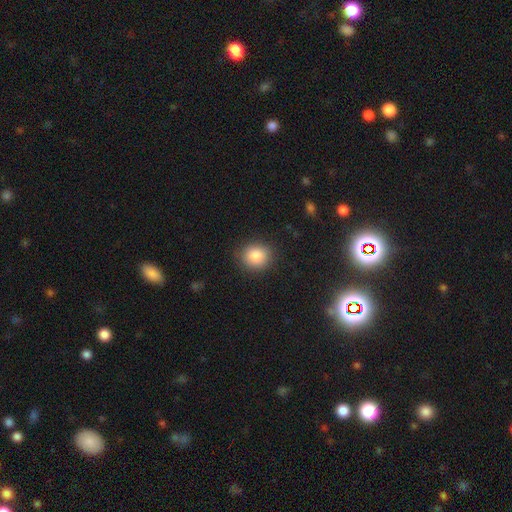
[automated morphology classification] Smooth or featured?
  - smooth: 86% *
  - star or artifact: 9%
  - featured or disk: 5%
How rounded?
  - round: 76% *
  - in between: 23%
  - cigar-shaped: 1%
Merging?
  - none: 87% *
  - minor disturbance: 9%
  - major disturbance: 3%
  - merger: 1%